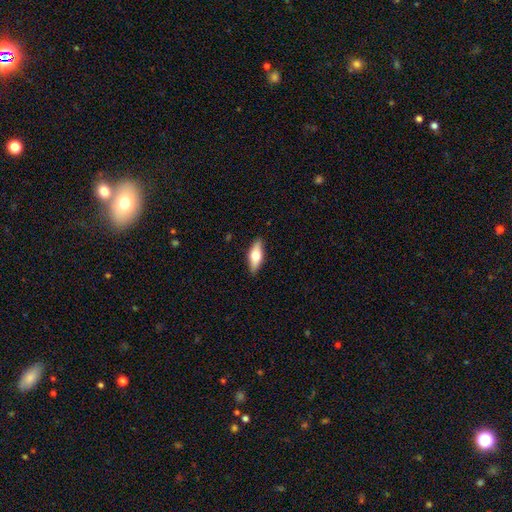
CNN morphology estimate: type=smooth (56%); roundness=in between (66%); merging=none (88%).